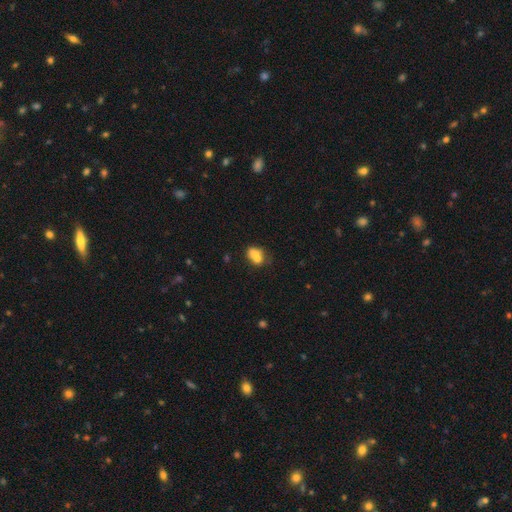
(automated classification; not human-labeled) A smooth galaxy with no disk features (68%) that is in between round and cigar-shaped (64%). Merging: merger (47%).